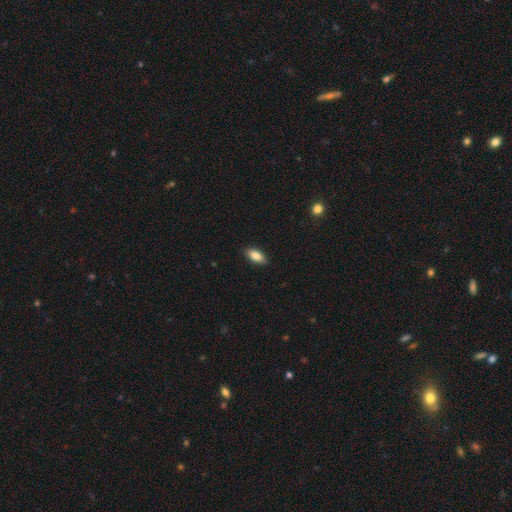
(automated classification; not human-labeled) A smooth galaxy with no disk features (83%) that is in between round and cigar-shaped (88%). Merging: none (89%).